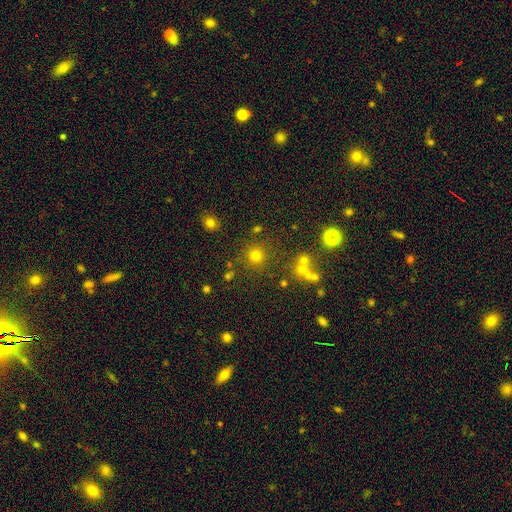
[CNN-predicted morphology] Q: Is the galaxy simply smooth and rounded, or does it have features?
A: smooth — 72%.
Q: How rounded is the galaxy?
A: round — 94%.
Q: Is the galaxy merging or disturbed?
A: none — 82%.